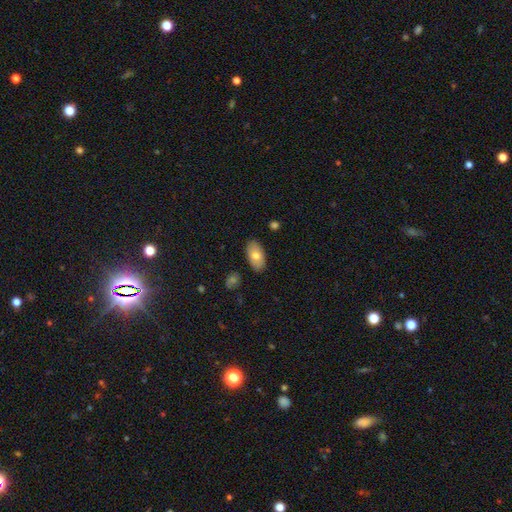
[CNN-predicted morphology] smooth-or-featured: smooth: 72% | featured or disk: 22% | star or artifact: 6%
  how-rounded: in between: 94% | round: 4% | cigar-shaped: 2%
  merging: none: 86% | minor disturbance: 11% | major disturbance: 2% | merger: 2%